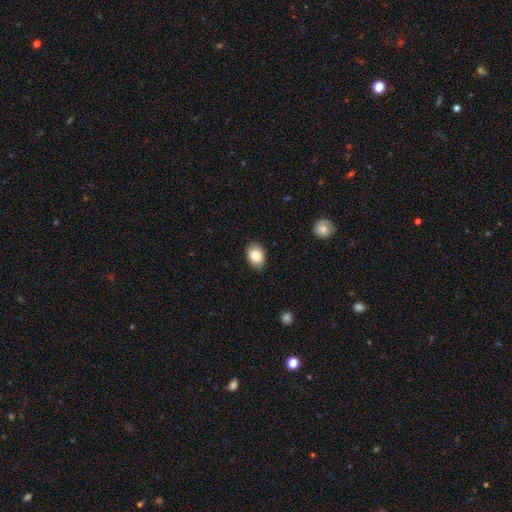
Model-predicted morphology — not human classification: type=smooth (85%); roundness=in between (83%); merging=none (87%).